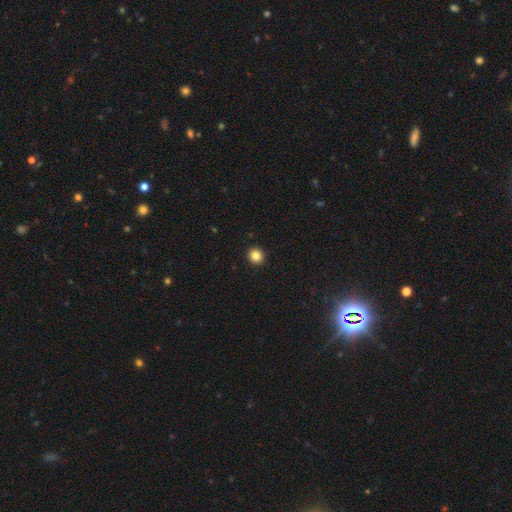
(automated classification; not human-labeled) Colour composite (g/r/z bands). It shows a smooth galaxy with no disk features (84%) that is round (92%). Merging: none (94%).